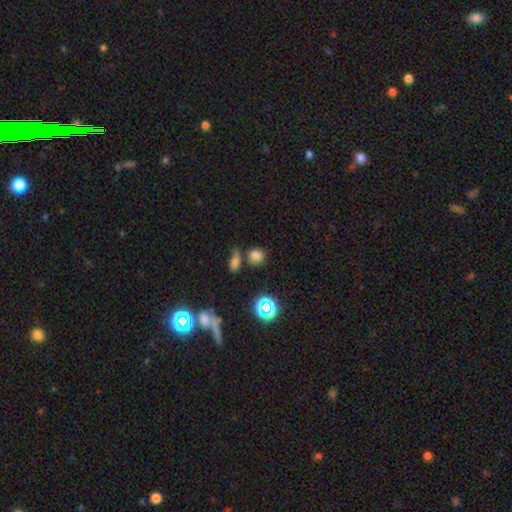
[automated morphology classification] Smooth or featured?
  - smooth: 74% *
  - star or artifact: 19%
  - featured or disk: 7%
How rounded?
  - round: 71% *
  - in between: 27%
  - cigar-shaped: 2%
Merging?
  - none: 65% *
  - merger: 18%
  - minor disturbance: 12%
  - major disturbance: 5%